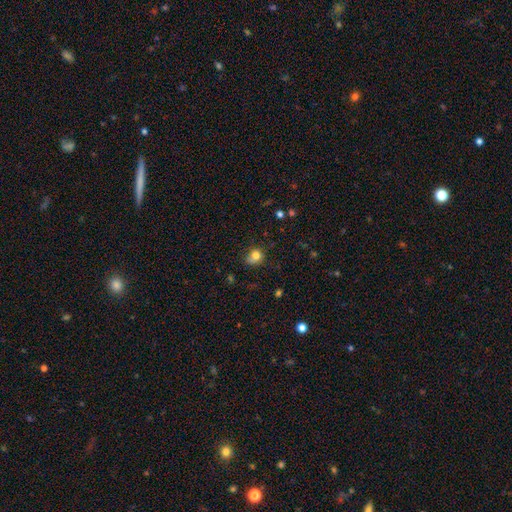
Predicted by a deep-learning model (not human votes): Q: Smooth or featured?
A: smooth (79%); runner-up: star or artifact (12%)
Q: How rounded?
A: round (74%); runner-up: in between (25%)
Q: Merging?
A: none (57%); runner-up: minor disturbance (30%)